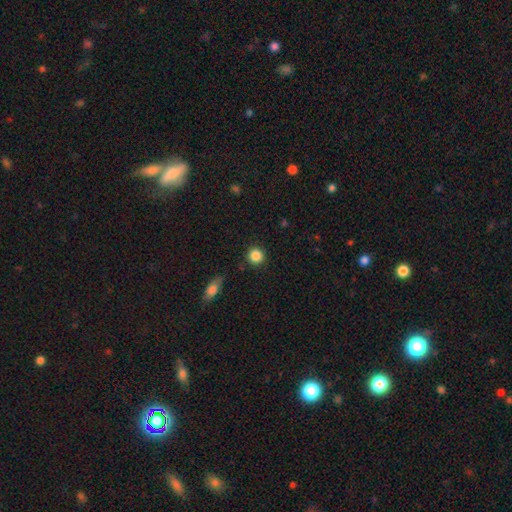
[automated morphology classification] Smooth or featured? Predicted: smooth (p=0.86). How rounded? Predicted: round (p=0.92). Merging? Predicted: none (p=0.89).